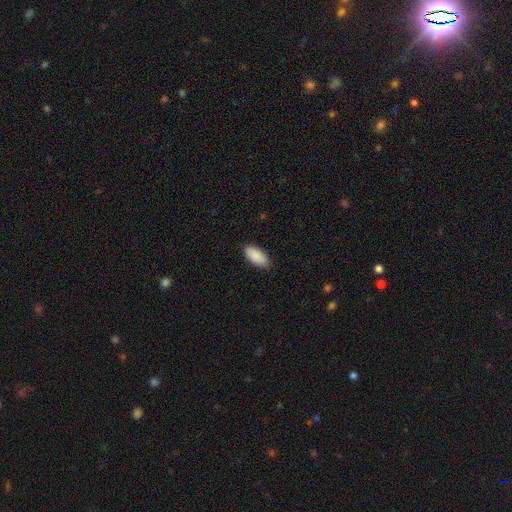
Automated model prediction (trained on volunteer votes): smooth-or-featured: smooth: 90% | star or artifact: 6% | featured or disk: 4%
  how-rounded: in between: 92% | cigar-shaped: 6% | round: 2%
  merging: none: 88% | minor disturbance: 10% | major disturbance: 2% | merger: 1%